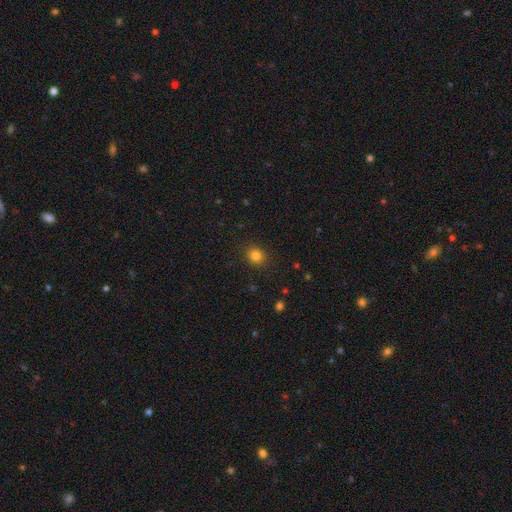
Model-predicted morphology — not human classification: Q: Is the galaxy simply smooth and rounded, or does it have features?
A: smooth — 81%.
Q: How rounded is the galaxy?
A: round — 75%.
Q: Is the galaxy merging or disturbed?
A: none — 89%.